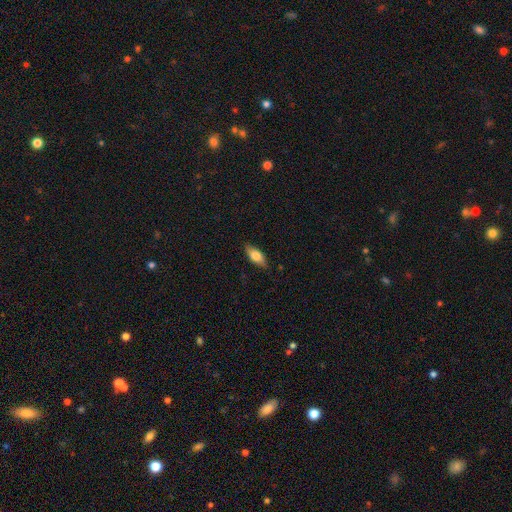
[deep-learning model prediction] A smooth galaxy with no disk features (72%) that is in between round and cigar-shaped (79%).

Vote fractions:
- Smooth or featured? smooth: 72% / featured or disk: 22% / star or artifact: 6%
- How rounded? in between: 79% / cigar-shaped: 18% / round: 3%
- Merging? none: 83% / minor disturbance: 14% / major disturbance: 3% / merger: 1%